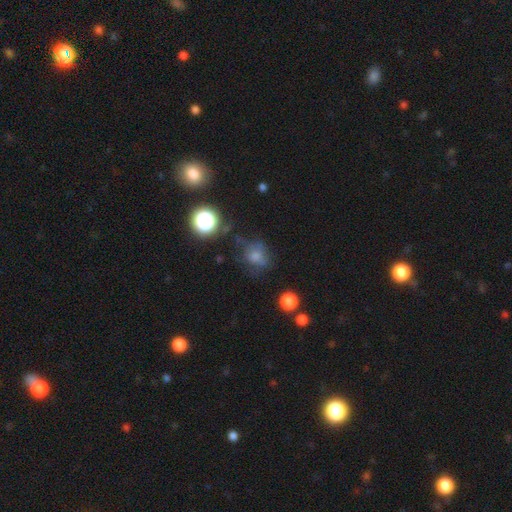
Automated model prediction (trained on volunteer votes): This appears to be a smooth galaxy with no disk features (55%) that is round (73%). Merging: none (60%).